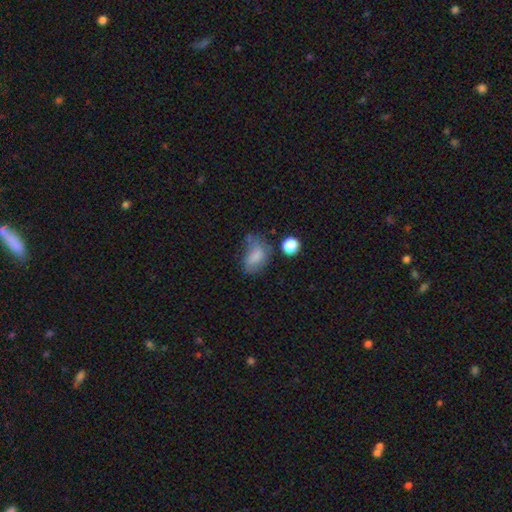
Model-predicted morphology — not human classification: Overall: smooth (72%). How rounded: in between (80%). Merging: none (40%; minor disturbance 30%).